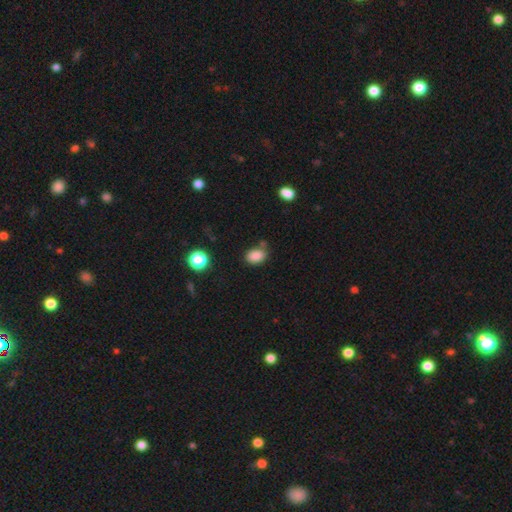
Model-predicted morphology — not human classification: Smooth or featured? Predicted: smooth (p=0.85). How rounded? Predicted: in between (p=0.76). Merging? Predicted: none (p=0.68).